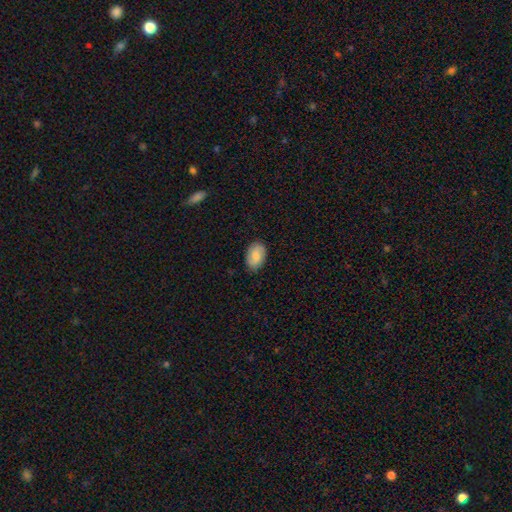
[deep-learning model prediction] Morphology: type=smooth (75%); roundness=in between (90%); merging=none (86%).